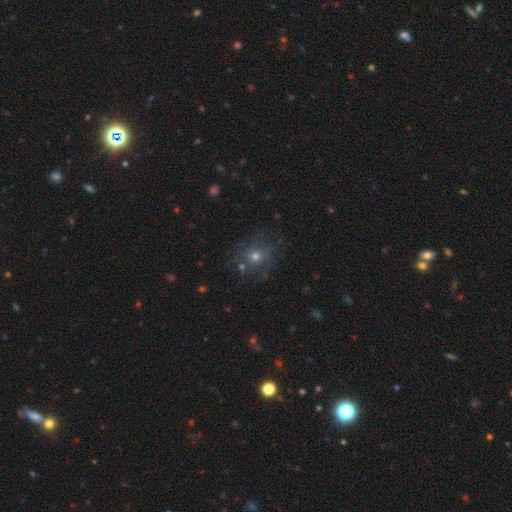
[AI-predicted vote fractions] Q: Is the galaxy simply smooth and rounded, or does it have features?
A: smooth — 50%.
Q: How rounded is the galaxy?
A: round — 80%.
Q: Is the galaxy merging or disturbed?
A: none — 75%.